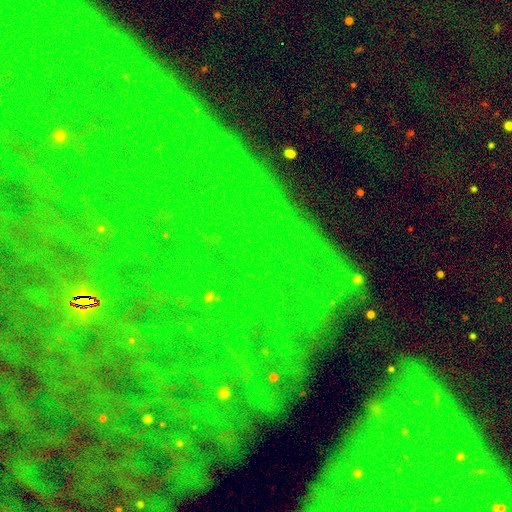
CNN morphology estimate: This appears to be a star or artifact, not a galaxy (85%).